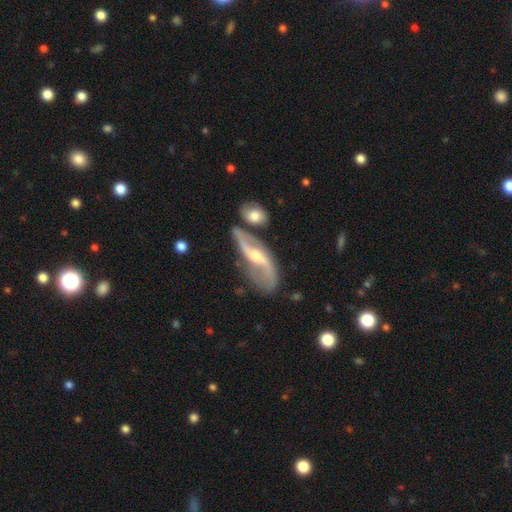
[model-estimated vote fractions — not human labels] Smooth or featured? featured or disk (86%)
Edge-on disk? no (88%)
Bar? weak (36%)
Spiral arms? yes (93%)
Spiral winding? loose (71%)
Spiral arm count? 2 (90%)
Bulge size? small (48%)
Merging? none (55%)